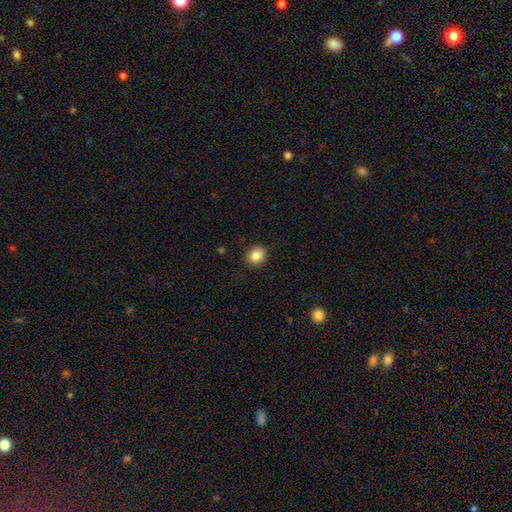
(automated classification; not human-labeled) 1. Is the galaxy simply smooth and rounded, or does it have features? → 86% smooth, 9% star or artifact, 4% featured or disk.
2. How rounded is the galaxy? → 70% round, 29% in between, 1% cigar-shaped.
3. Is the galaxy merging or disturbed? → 89% none, 8% minor disturbance, 2% major disturbance, 1% merger.